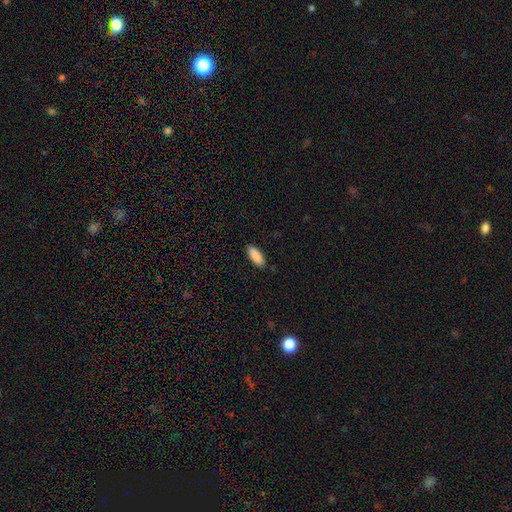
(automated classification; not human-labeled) smooth 89%, star or artifact 6%, featured or disk 5%. Down the decision tree: how rounded — in between (77%); merging — none (87%).